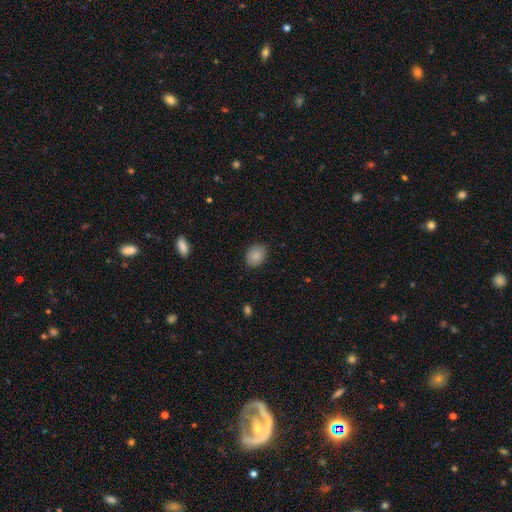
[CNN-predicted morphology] Smooth or featured?
  - smooth: 86% *
  - star or artifact: 8%
  - featured or disk: 6%
How rounded?
  - in between: 59% *
  - round: 40%
  - cigar-shaped: 1%
Merging?
  - none: 82% *
  - minor disturbance: 14%
  - major disturbance: 3%
  - merger: 1%